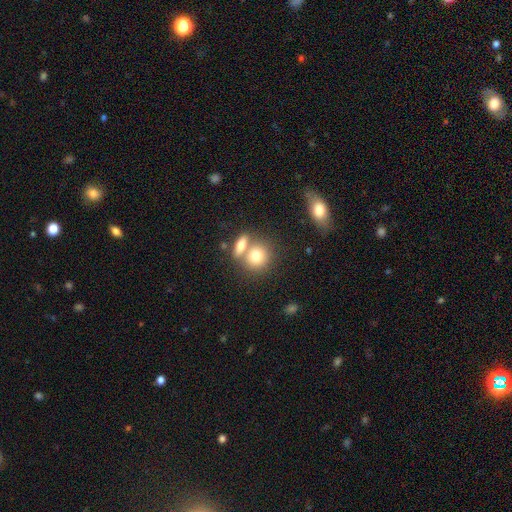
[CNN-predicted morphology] Smooth or featured: smooth — 75% (featured or disk — 16%)
How rounded: round — 68% (in between — 29%)
Merging: none — 45% (merger — 43%)